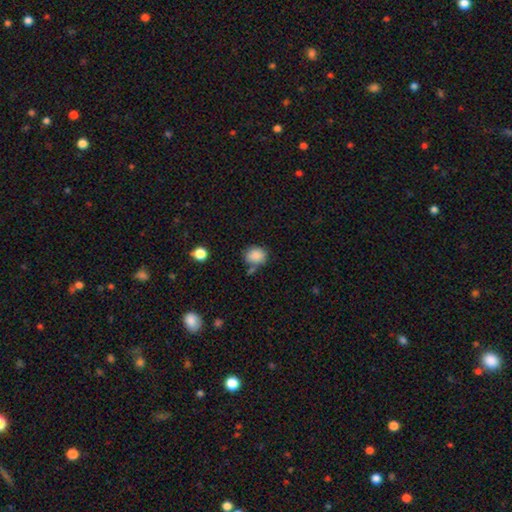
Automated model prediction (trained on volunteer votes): Morphology: type=smooth (87%); roundness=round (66%); merging=none (68%).